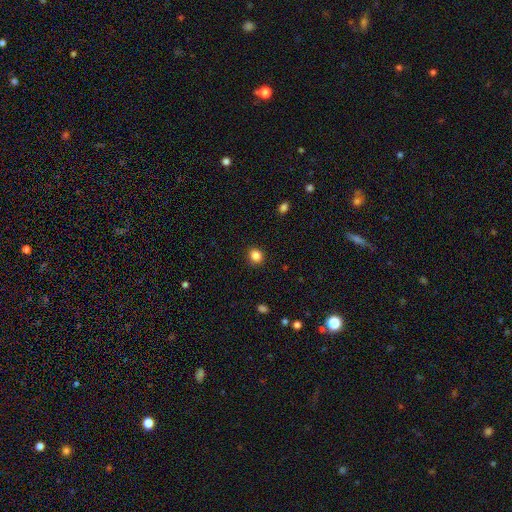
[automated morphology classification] smooth_or_featured: smooth (p=0.85) [alt: star or artifact p=0.11]
how_rounded: round (p=0.77) [alt: in between p=0.22]
merging: none (p=0.89) [alt: minor disturbance p=0.08]